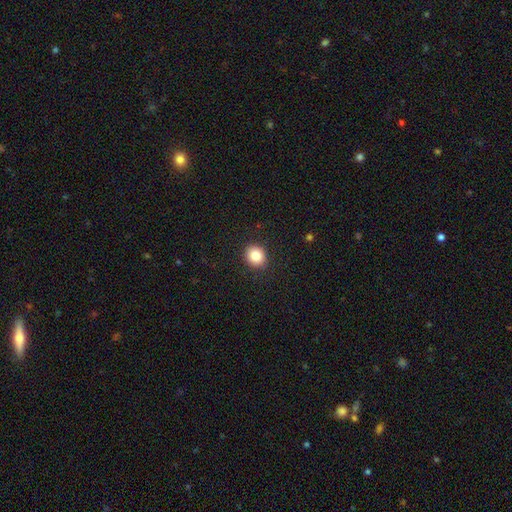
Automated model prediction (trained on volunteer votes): Smooth or featured? Predicted: smooth (p=0.84). How rounded? Predicted: round (p=0.77). Merging? Predicted: none (p=0.91).